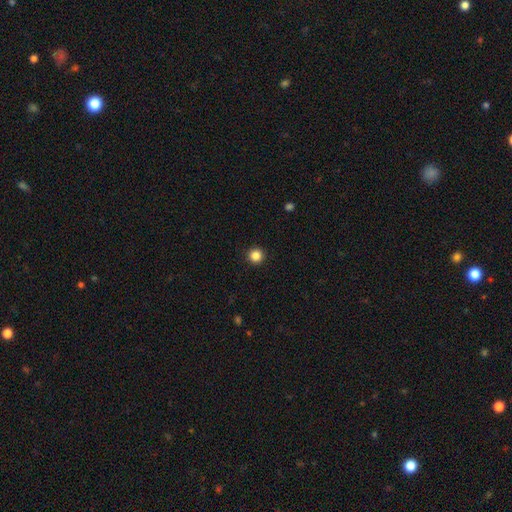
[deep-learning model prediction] A smooth galaxy with no disk features (86%) that is round (96%).

Vote fractions:
- Smooth or featured? smooth: 86% / star or artifact: 11% / featured or disk: 3%
- How rounded? round: 96% / in between: 3% / cigar-shaped: 1%
- Merging? none: 93% / minor disturbance: 4% / major disturbance: 2% / merger: 1%